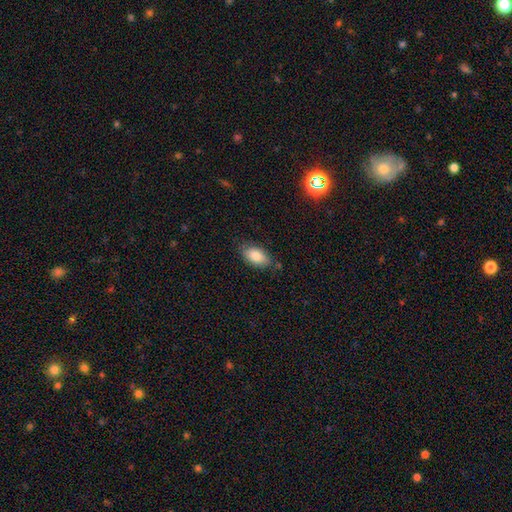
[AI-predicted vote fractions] Smooth or featured? smooth (83%)
How rounded? in between (93%)
Merging? none (75%)